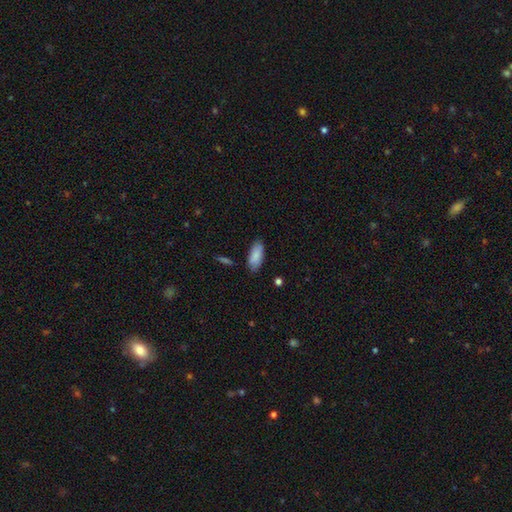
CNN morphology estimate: type=smooth (87%); roundness=in between (85%); merging=none (80%).